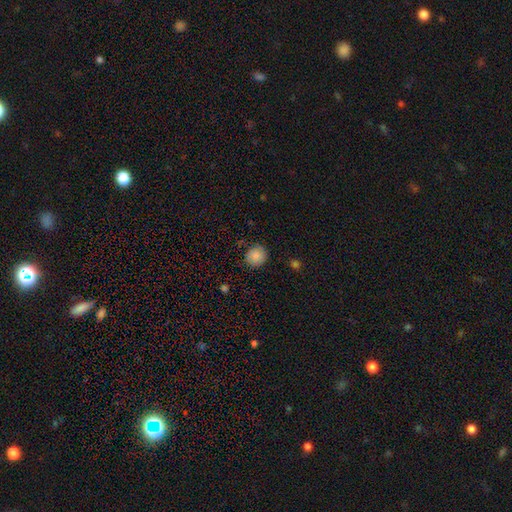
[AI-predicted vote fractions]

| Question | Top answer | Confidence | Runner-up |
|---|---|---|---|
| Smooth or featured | smooth | 85% | star or artifact (9%) |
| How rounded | round | 86% | in between (13%) |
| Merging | none | 84% | minor disturbance (12%) |